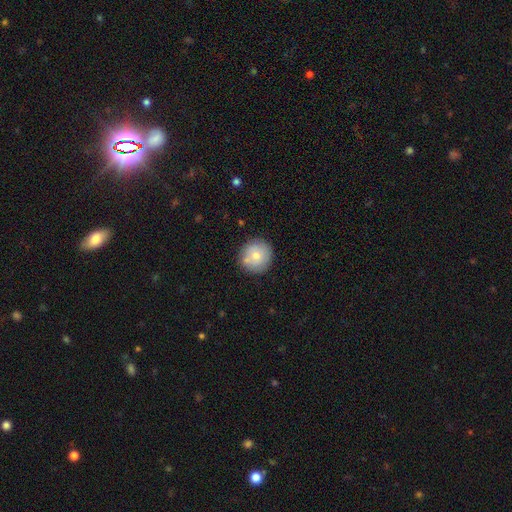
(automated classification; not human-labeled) Q: Smooth or featured?
A: smooth (73%); runner-up: featured or disk (19%)
Q: How rounded?
A: round (94%); runner-up: in between (5%)
Q: Merging?
A: none (78%); runner-up: minor disturbance (12%)